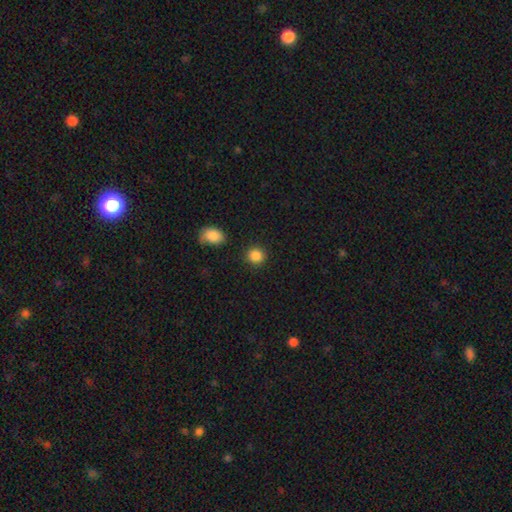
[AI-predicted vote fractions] Morphology: type=smooth (87%); roundness=round (88%); merging=none (87%).